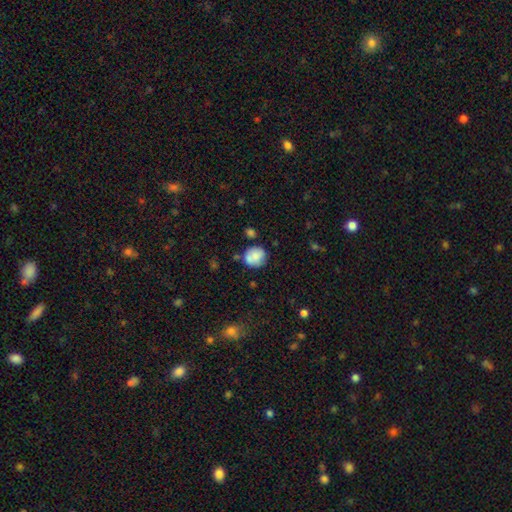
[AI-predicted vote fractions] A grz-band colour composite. It shows a smooth galaxy with no disk features (76%) that is round (79%). Merging: none (62%).